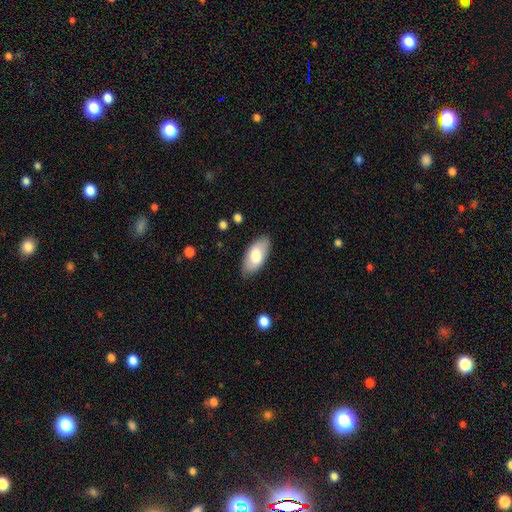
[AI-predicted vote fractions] Morphology: type=smooth (75%); roundness=in between (93%); merging=none (84%).